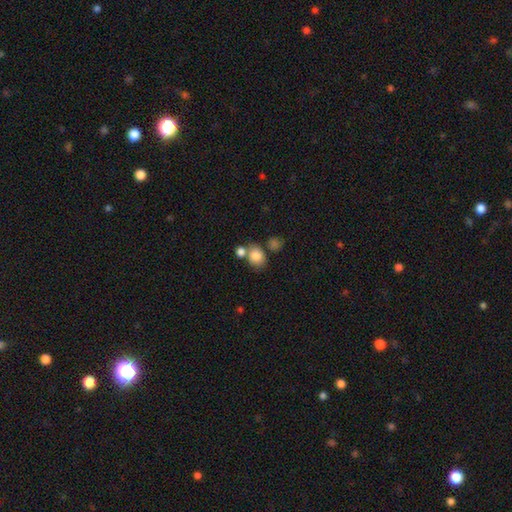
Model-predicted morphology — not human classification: Smooth or featured: smooth — 83% (star or artifact — 10%)
How rounded: round — 58% (in between — 41%)
Merging: none — 54% (merger — 29%)